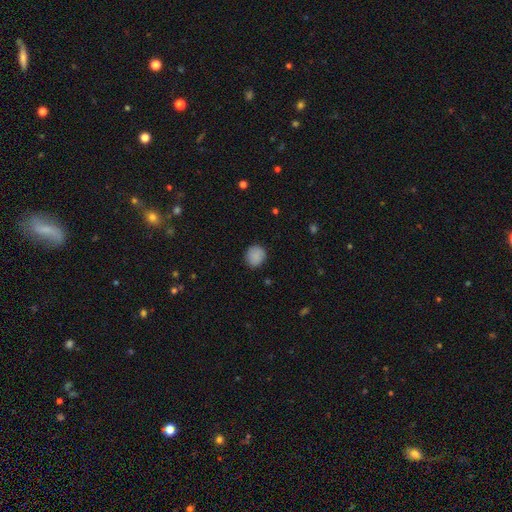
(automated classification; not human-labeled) The model was most divided on "how rounded": round: 82%, in between: 17%, cigar-shaped: 1%. More confident: smooth or featured — smooth (88%); merging — none (84%).